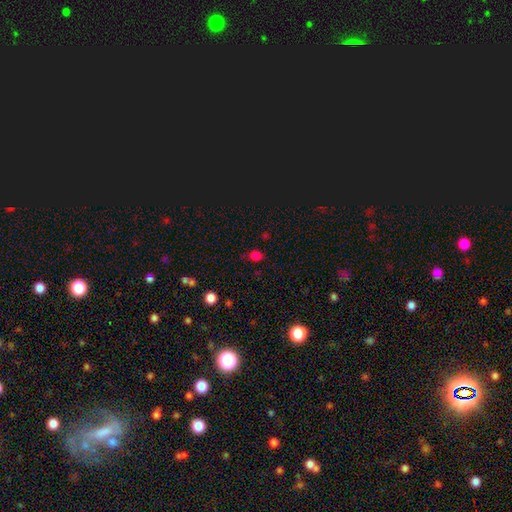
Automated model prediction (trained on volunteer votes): Smooth or featured: smooth — 70% (star or artifact — 25%)
How rounded: round — 51% (in between — 48%)
Merging: none — 67% (minor disturbance — 21%)